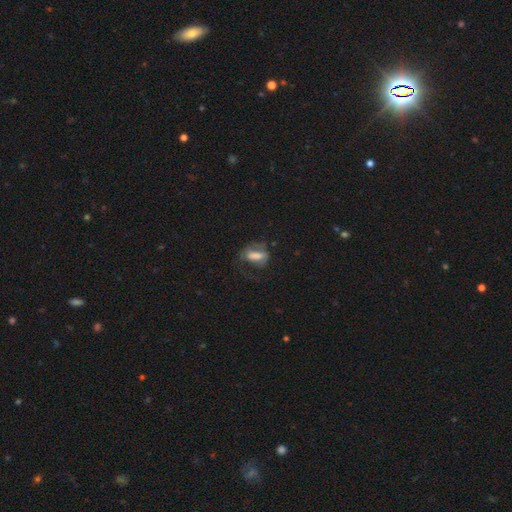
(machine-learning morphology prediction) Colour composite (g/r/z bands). It shows a smooth galaxy with no disk features (55%) that is in between round and cigar-shaped (76%). Merging: none (40%).